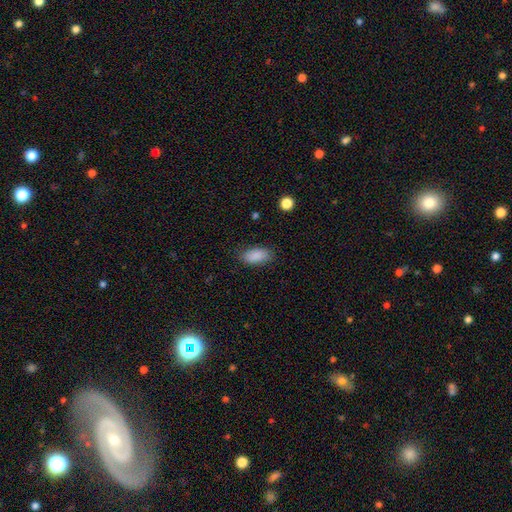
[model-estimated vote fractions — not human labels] smooth_or_featured: smooth (p=0.89) [alt: star or artifact p=0.07]
how_rounded: in between (p=0.91) [alt: cigar-shaped p=0.06]
merging: none (p=0.83) [alt: minor disturbance p=0.13]